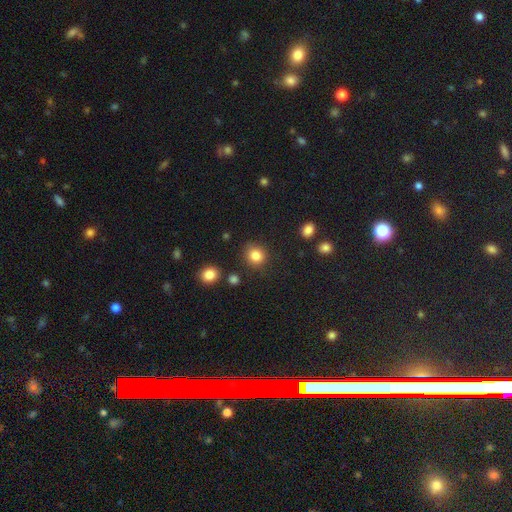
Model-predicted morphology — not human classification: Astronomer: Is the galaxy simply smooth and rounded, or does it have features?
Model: smooth — 85%.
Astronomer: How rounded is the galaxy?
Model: round — 85%.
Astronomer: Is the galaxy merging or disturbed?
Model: none — 84%.